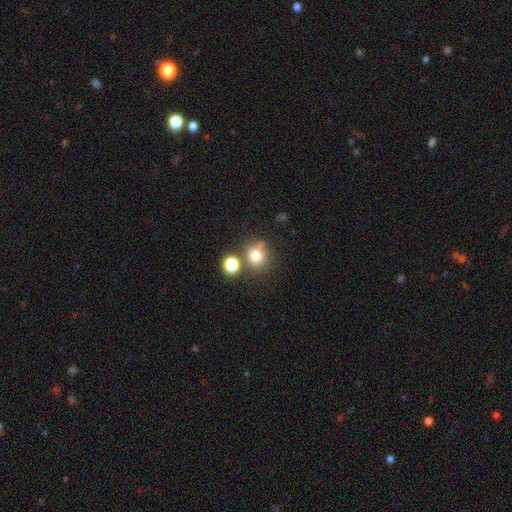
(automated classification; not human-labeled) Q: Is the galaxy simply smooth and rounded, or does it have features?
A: smooth — 76%.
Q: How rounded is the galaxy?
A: round — 84%.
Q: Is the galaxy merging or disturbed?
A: none — 65%.